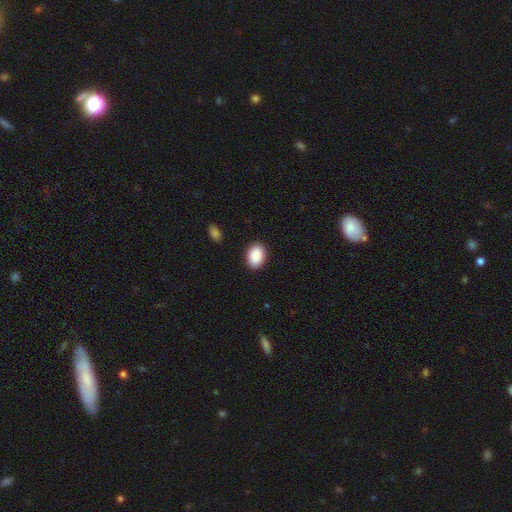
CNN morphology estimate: This appears to be a smooth galaxy with no disk features (89%) that is in between round and cigar-shaped (80%). Merging: none (90%).